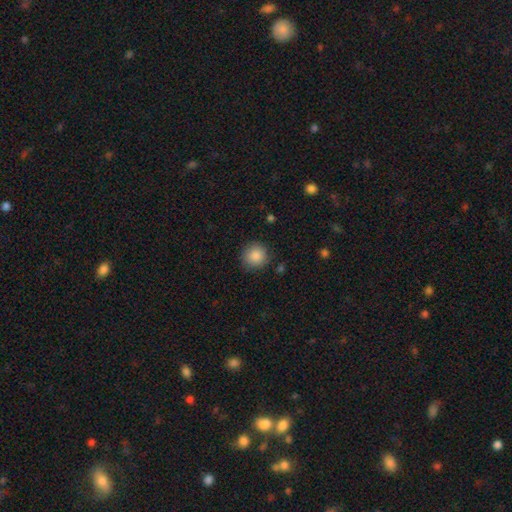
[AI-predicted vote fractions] Smooth or featured? Predicted: smooth (p=0.88). How rounded? Predicted: round (p=0.92). Merging? Predicted: none (p=0.87).